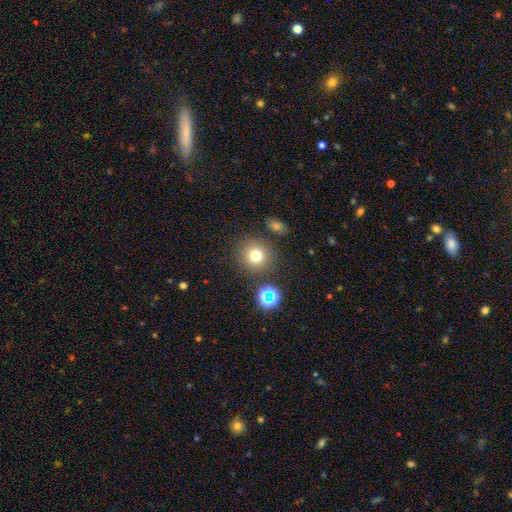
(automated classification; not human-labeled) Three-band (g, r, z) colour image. It shows a smooth galaxy with no disk features (74%) that is round (94%). Merging: none (84%).